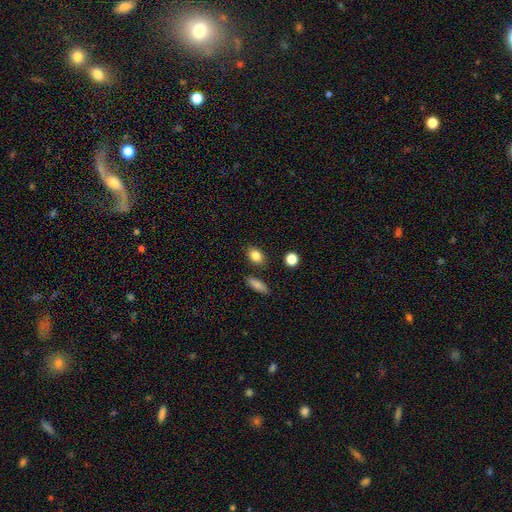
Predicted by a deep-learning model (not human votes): smooth-or-featured: smooth: 85% | star or artifact: 9% | featured or disk: 6%
  how-rounded: in between: 70% | round: 28% | cigar-shaped: 2%
  merging: none: 83% | minor disturbance: 10% | merger: 5% | major disturbance: 3%